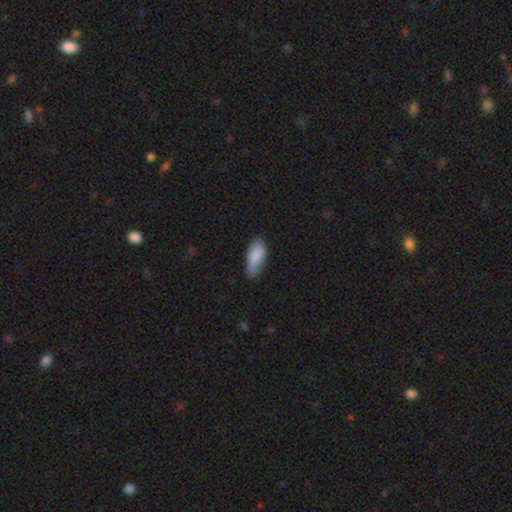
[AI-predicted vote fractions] Smooth or featured? smooth (86%)
How rounded? in between (82%)
Merging? none (65%)